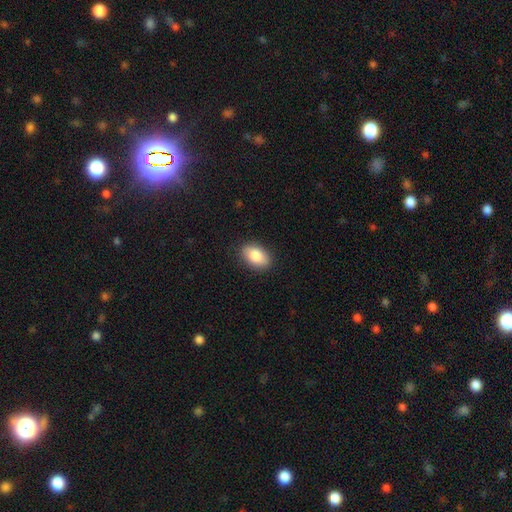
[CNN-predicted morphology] A smooth galaxy with no disk features (85%) that is in between round and cigar-shaped (89%). Merging: none (88%).